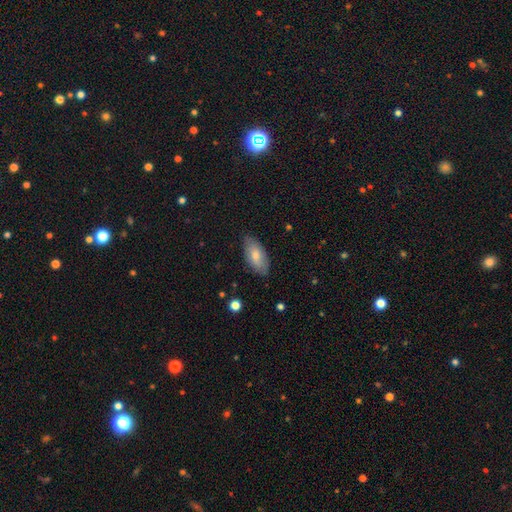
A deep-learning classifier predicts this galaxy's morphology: Smooth or featured: smooth — 77% (featured or disk — 18%)
How rounded: in between — 91% (cigar-shaped — 7%)
Merging: none — 80% (minor disturbance — 16%)